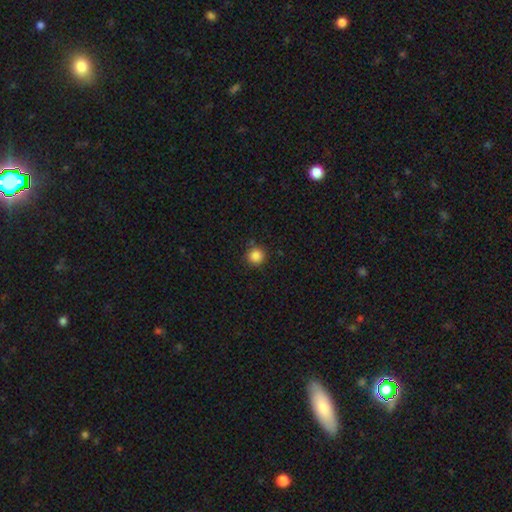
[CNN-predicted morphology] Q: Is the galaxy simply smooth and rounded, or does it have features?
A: smooth — 86%.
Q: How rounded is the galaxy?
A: round — 95%.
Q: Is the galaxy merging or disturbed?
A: none — 88%.